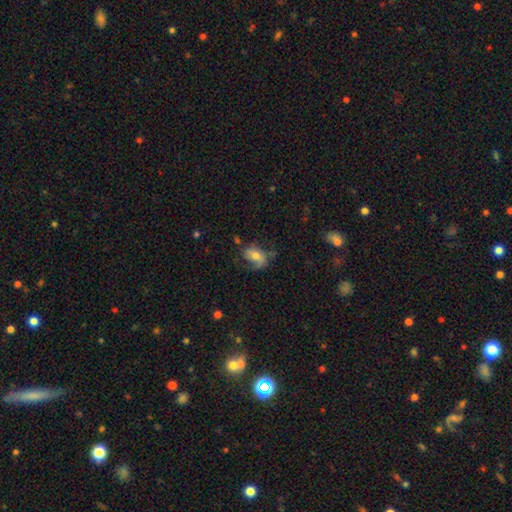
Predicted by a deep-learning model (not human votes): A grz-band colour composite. It shows a featured or disk galaxy (47%). Merging: none (47%).